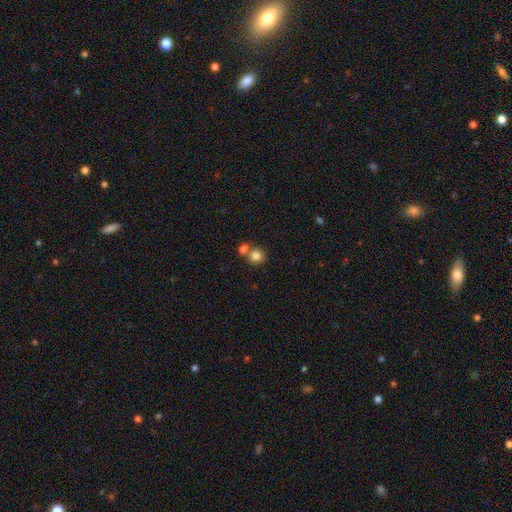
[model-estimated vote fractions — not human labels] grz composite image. It shows a smooth galaxy with no disk features (83%) that is round (90%). Merging: none (55%).